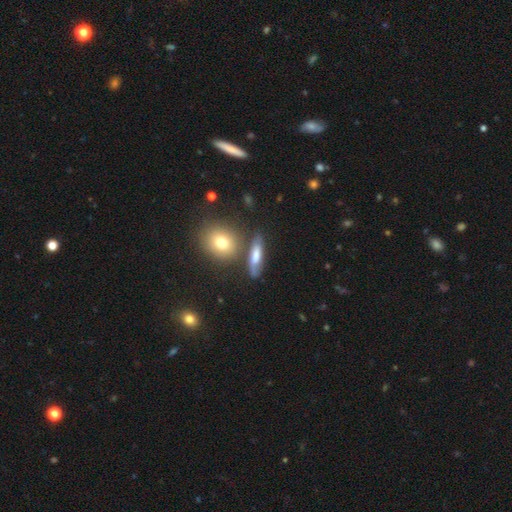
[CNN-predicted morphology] A smooth galaxy with no disk features (60%) that is cigar-shaped (51%). Merging: none (65%).